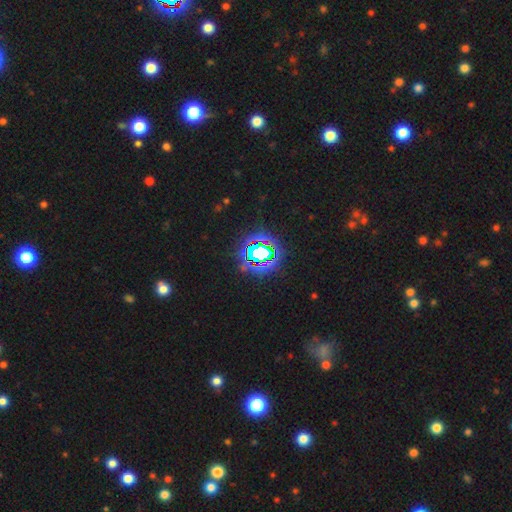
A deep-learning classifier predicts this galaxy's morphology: Smooth or featured: star or artifact — 79% (smooth — 13%)